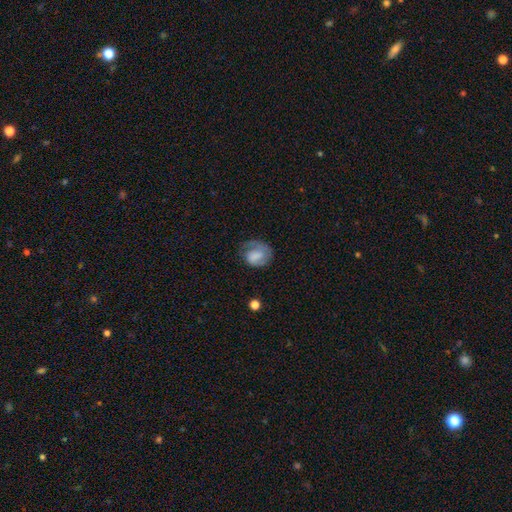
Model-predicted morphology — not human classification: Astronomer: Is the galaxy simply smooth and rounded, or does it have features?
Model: featured or disk — 47% (runner-up: smooth, 45%).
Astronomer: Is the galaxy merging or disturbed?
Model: none — 49% (runner-up: minor disturbance, 26%).